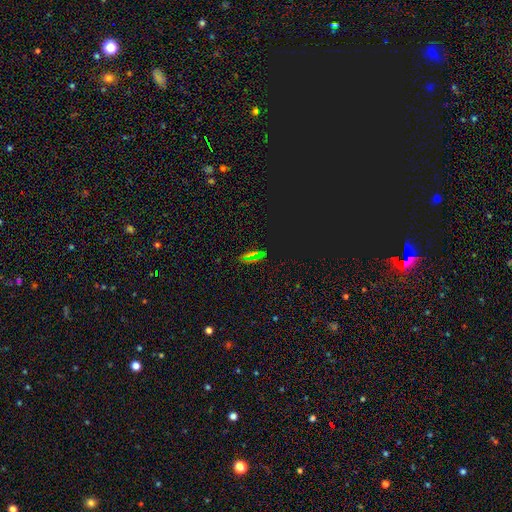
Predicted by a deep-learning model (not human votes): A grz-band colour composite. It shows a star or artifact, not a galaxy (49%).